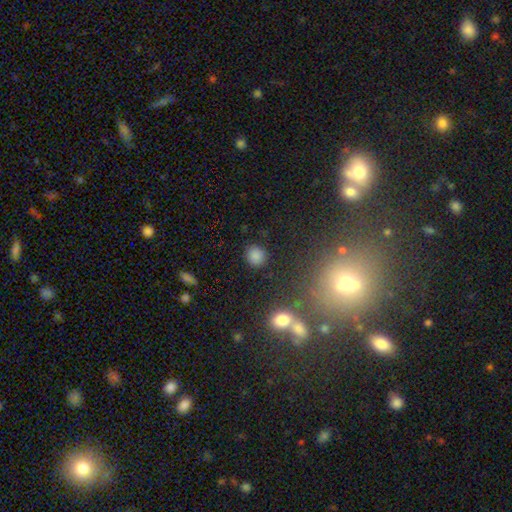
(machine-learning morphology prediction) Smooth or featured: smooth — 83% (star or artifact — 13%)
How rounded: round — 88% (in between — 11%)
Merging: none — 88% (minor disturbance — 8%)